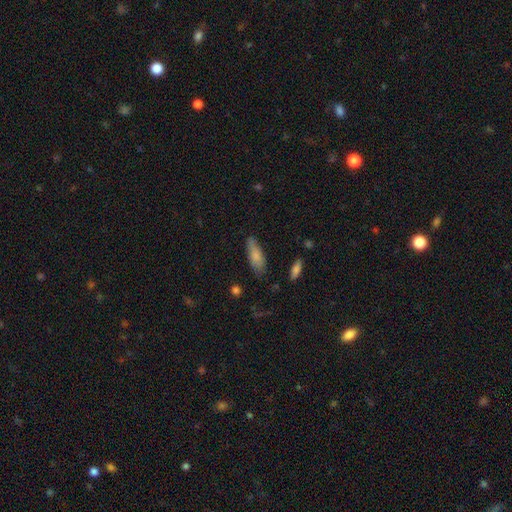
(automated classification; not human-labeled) Q: Smooth or featured?
A: smooth (80%); runner-up: featured or disk (13%)
Q: How rounded?
A: in between (59%); runner-up: cigar-shaped (39%)
Q: Merging?
A: none (73%); runner-up: minor disturbance (21%)